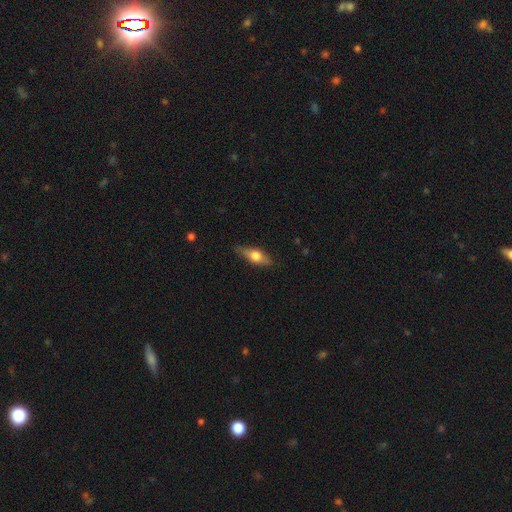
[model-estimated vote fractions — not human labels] Overall: smooth (57%; featured or disk 37%). How rounded: in between (62%; cigar-shaped 34%). Merging: none (80%).